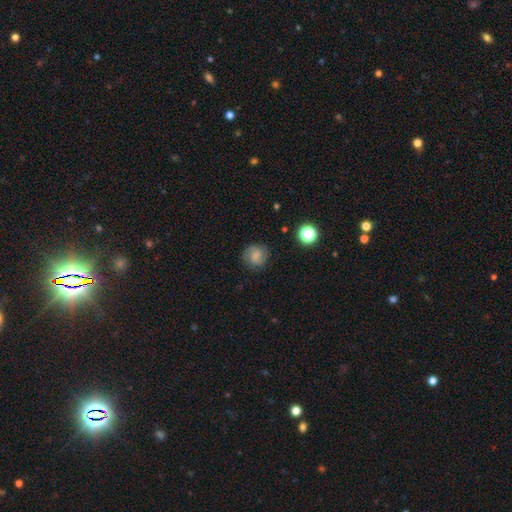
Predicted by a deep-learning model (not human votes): featured or disk 47%, smooth 42%, star or artifact 11%. Down the decision tree: merging — none (80%).